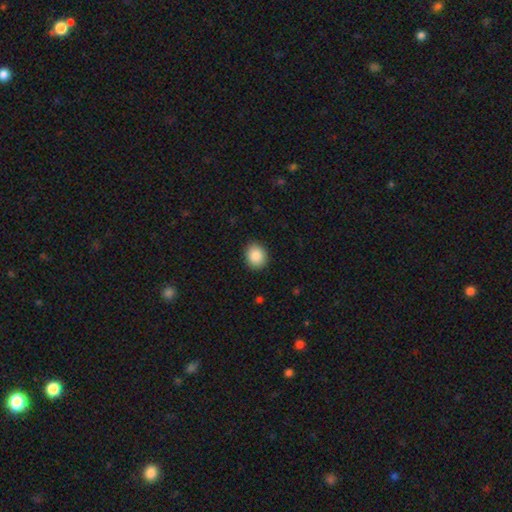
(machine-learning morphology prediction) Smooth or featured: smooth — 89% (star or artifact — 8%)
How rounded: round — 66% (in between — 33%)
Merging: none — 90% (minor disturbance — 8%)